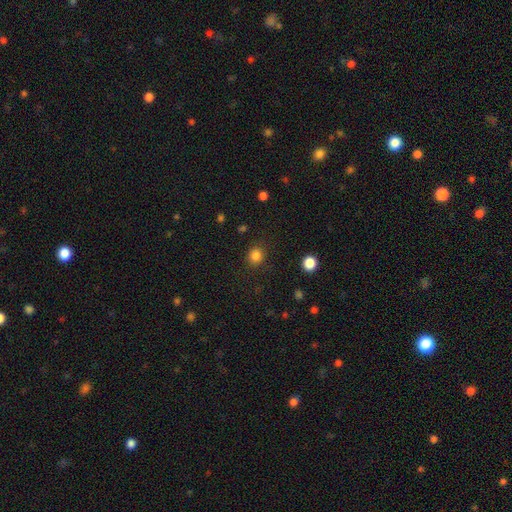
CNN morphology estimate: Q: Smooth or featured?
A: smooth (84%); runner-up: star or artifact (12%)
Q: How rounded?
A: round (83%); runner-up: in between (16%)
Q: Merging?
A: none (87%); runner-up: minor disturbance (8%)